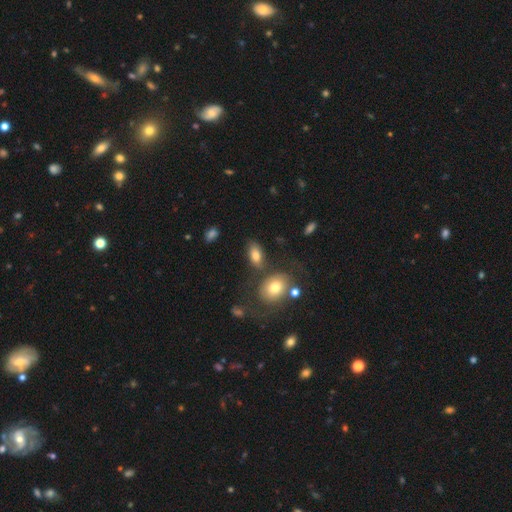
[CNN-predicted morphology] smooth 78%, featured or disk 12%, star or artifact 9%. Down the decision tree: how rounded — in between (89%); merging — none (64%).